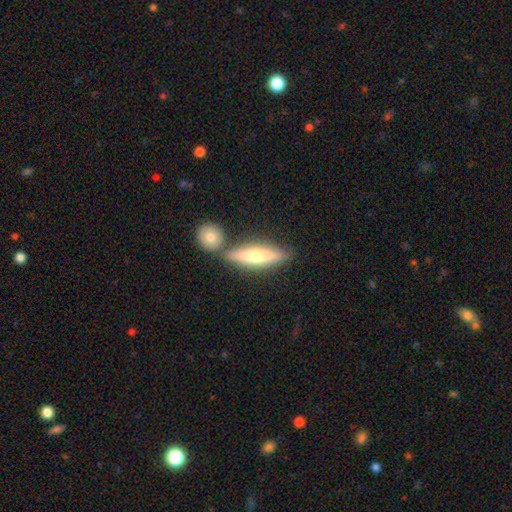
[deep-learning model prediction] featured or disk 48%, smooth 45%, star or artifact 6%. Down the decision tree: merging — none (72%).